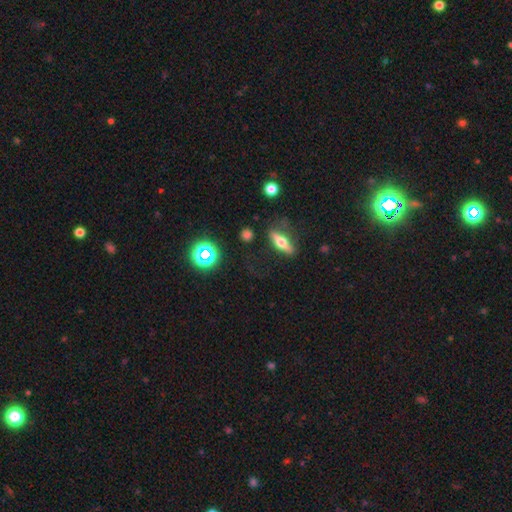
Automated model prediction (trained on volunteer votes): The model was most divided on "smooth or featured": smooth: 38%, star or artifact: 35%, featured or disk: 27%. More confident: merging — none (74%).